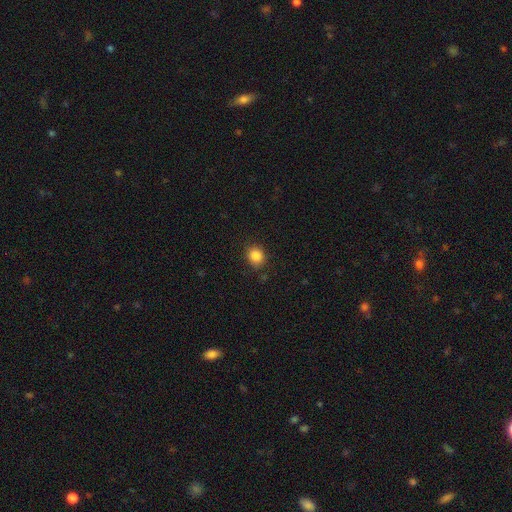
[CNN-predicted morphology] A smooth galaxy with no disk features (85%) that is round (74%). Merging: none (85%).